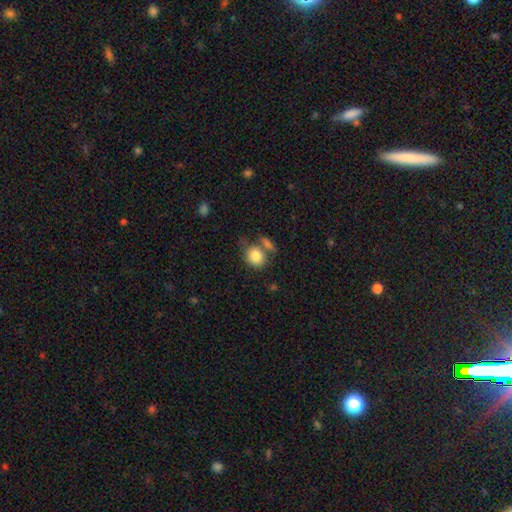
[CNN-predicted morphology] A smooth galaxy with no disk features (84%) that is round (56%).

Vote fractions:
- Smooth or featured? smooth: 84% / featured or disk: 8% / star or artifact: 8%
- How rounded? round: 56% / in between: 42% / cigar-shaped: 1%
- Merging? none: 48% / merger: 30% / minor disturbance: 15% / major disturbance: 7%